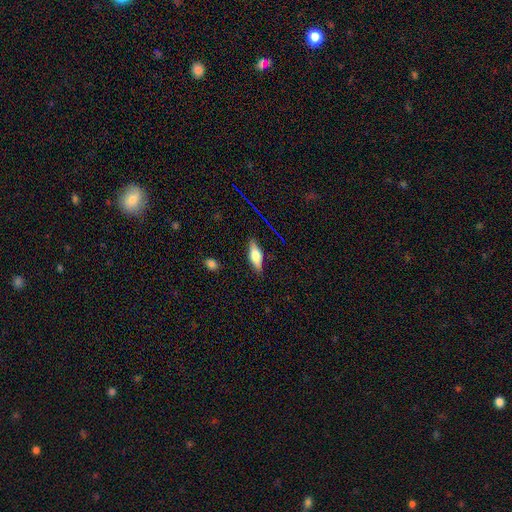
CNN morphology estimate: Smooth or featured: smooth — 52% (featured or disk — 39%)
How rounded: in between — 63% (cigar-shaped — 34%)
Merging: none — 86% (minor disturbance — 10%)